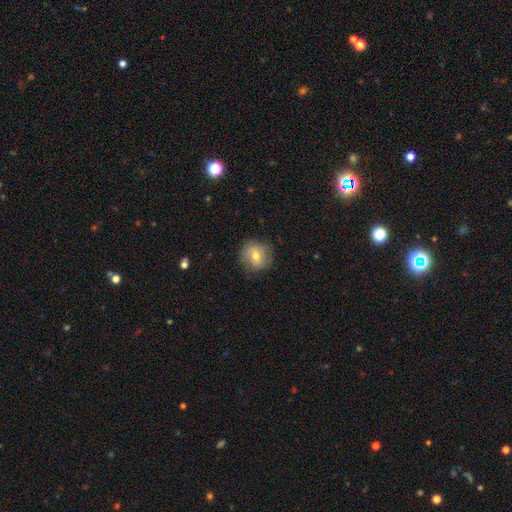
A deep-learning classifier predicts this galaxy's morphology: Overall: smooth (64%; featured or disk 27%). How rounded: round (81%). Merging: none (80%).